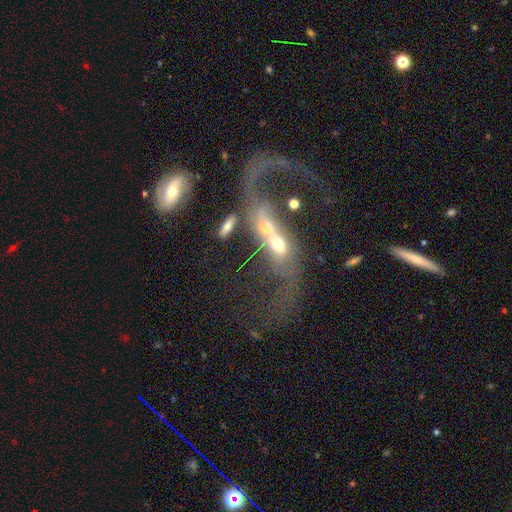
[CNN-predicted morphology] Overall: featured or disk (85%). Edge-on disk: no (93%). Bar: no (38%; weak 35%). Spiral arms: yes (90%). Spiral arm count: 2 (90%). Spiral winding: loose (85%). Bulge size: small (44%; moderate 43%). Merging: merger (38%; none 31%).